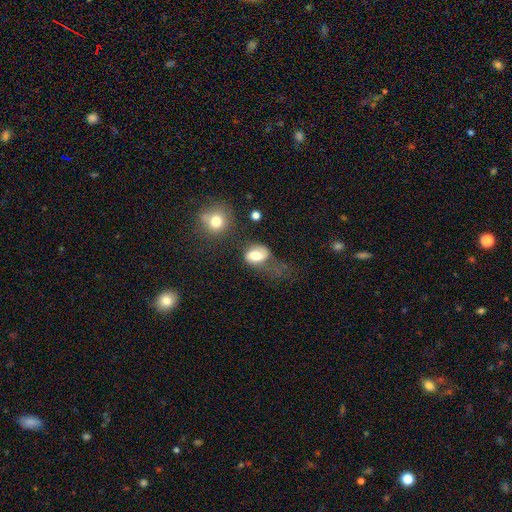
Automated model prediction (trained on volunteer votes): Morphology: type=smooth (50%); roundness=in between (69%); merging=none (34%).